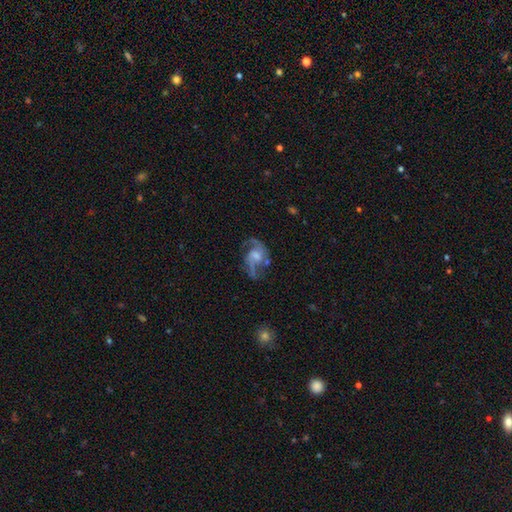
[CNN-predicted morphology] Smooth or featured: featured or disk — 83% (smooth — 10%)
Edge-on disk: no — 98% (yes — 2%)
Bar: no — 48% (weak — 42%)
Spiral arms: yes — 94% (no — 6%)
Spiral winding: medium — 46% (loose — 44%)
Spiral arm count: 2 — 81% (3 — 6%)
Bulge size: moderate — 39% (small — 34%)
Merging: none — 57% (minor disturbance — 20%)